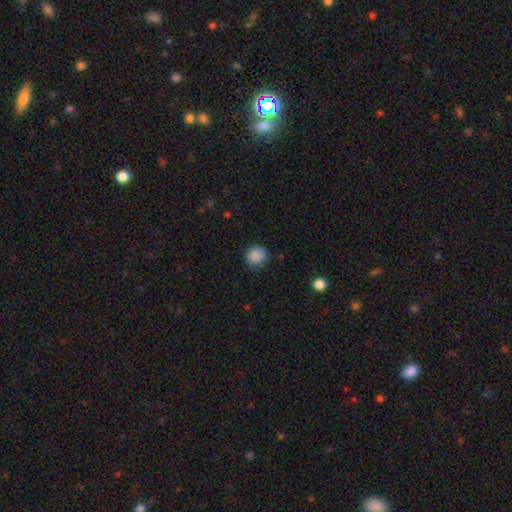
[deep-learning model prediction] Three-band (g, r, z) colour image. It shows a smooth galaxy with no disk features (87%) that is round (86%). Merging: none (81%).